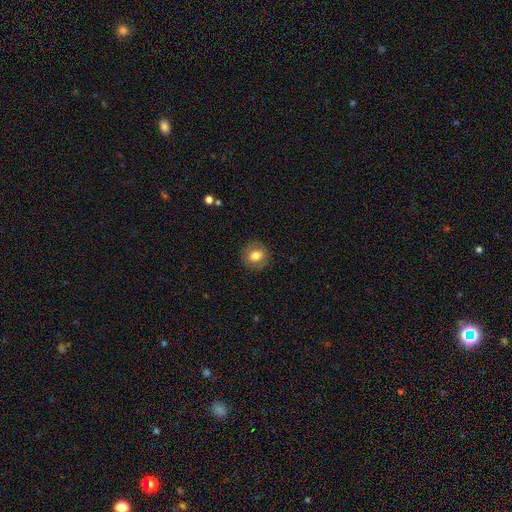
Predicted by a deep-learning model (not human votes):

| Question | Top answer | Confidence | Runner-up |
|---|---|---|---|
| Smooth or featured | smooth | 75% | featured or disk (16%) |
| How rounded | round | 73% | in between (26%) |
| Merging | none | 86% | minor disturbance (9%) |